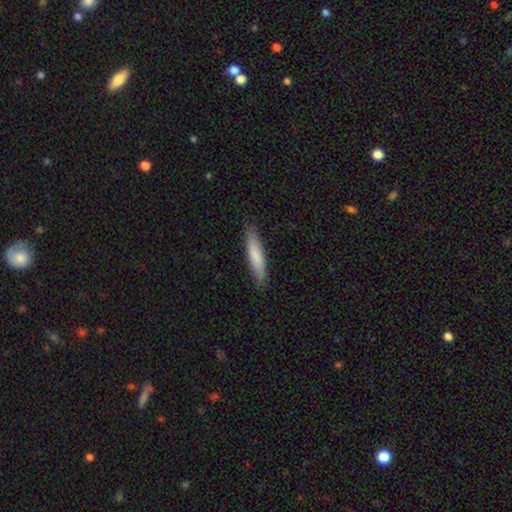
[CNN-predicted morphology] Q: Smooth or featured?
A: smooth (80%); runner-up: featured or disk (15%)
Q: How rounded?
A: cigar-shaped (88%); runner-up: in between (11%)
Q: Merging?
A: none (89%); runner-up: minor disturbance (8%)